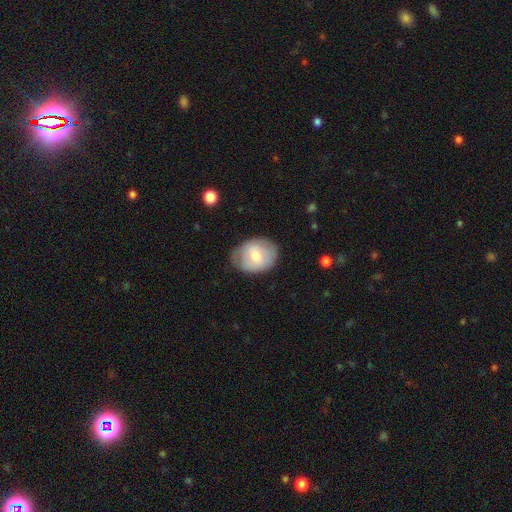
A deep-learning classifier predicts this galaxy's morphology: A smooth galaxy with no disk features (64%) that is in between round and cigar-shaped (53%).

Vote fractions:
- Smooth or featured? smooth: 64% / featured or disk: 30% / star or artifact: 6%
- How rounded? in between: 53% / round: 46% / cigar-shaped: 1%
- Merging? none: 67% / minor disturbance: 25% / major disturbance: 6% / merger: 1%